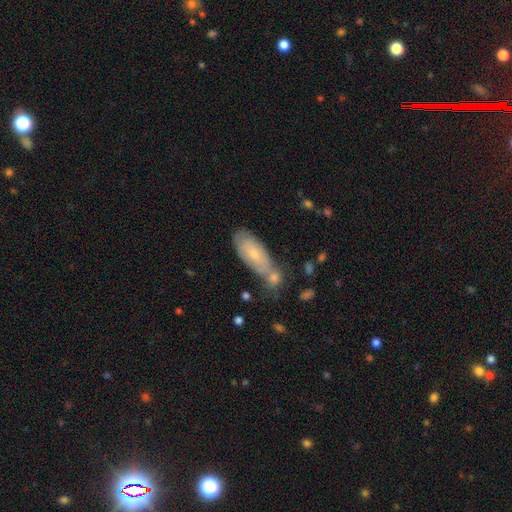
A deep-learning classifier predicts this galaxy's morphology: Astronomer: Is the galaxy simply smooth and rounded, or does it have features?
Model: smooth — 63%.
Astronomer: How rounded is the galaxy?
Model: in between — 79%.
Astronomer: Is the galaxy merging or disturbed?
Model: none — 45% (runner-up: merger, 27%).